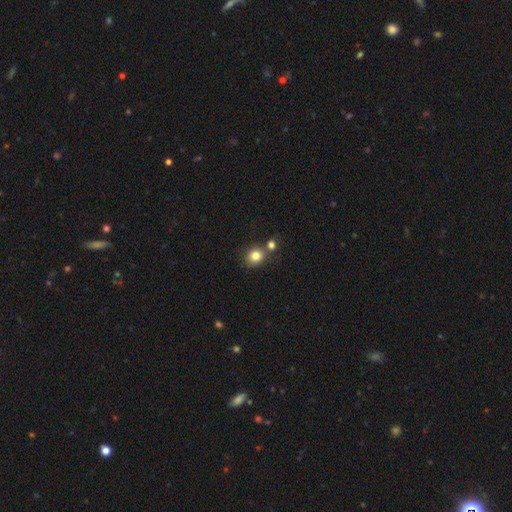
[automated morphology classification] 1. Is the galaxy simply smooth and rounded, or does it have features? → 82% smooth, 11% star or artifact, 7% featured or disk.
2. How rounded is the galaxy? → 77% round, 22% in between, 1% cigar-shaped.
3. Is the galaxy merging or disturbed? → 63% none, 24% merger, 10% minor disturbance, 3% major disturbance.